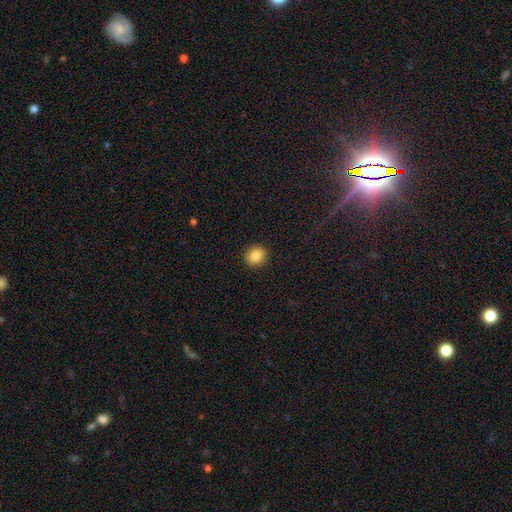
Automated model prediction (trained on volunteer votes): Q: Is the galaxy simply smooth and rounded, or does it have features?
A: smooth — 86%.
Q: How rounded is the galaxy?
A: round — 87%.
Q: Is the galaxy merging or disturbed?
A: none — 92%.